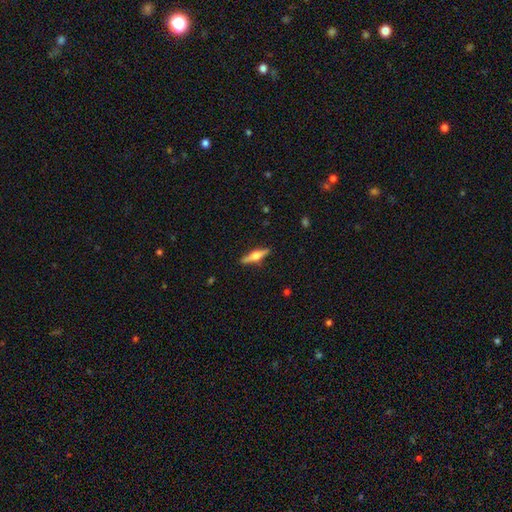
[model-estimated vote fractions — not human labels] Smooth or featured?
  - featured or disk: 65% *
  - smooth: 29%
  - star or artifact: 6%
Edge-on disk?
  - yes: 97% *
  - no: 3%
Edge-on bulge?
  - rounded: 94% *
  - boxy: 4%
  - none: 2%
Merging?
  - none: 89% *
  - minor disturbance: 8%
  - major disturbance: 2%
  - merger: 1%